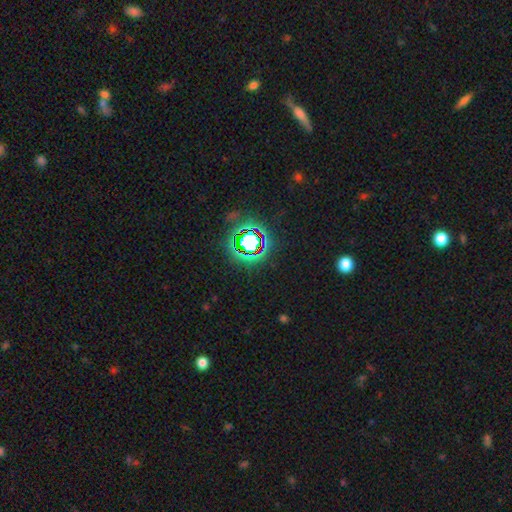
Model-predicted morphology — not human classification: Q: Smooth or featured?
A: star or artifact (77%); runner-up: smooth (14%)